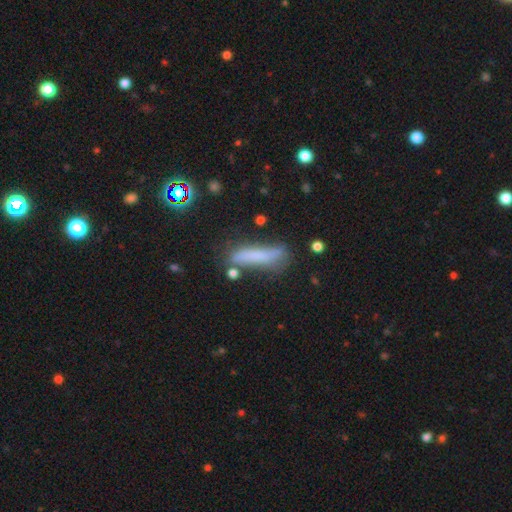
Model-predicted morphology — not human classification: Smooth or featured? smooth (66%)
How rounded? cigar-shaped (83%)
Merging? none (65%)